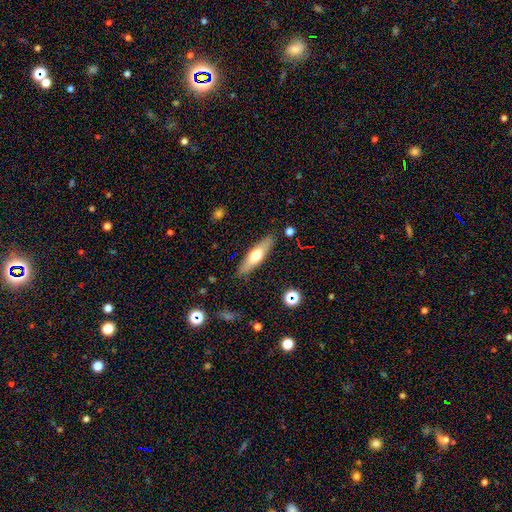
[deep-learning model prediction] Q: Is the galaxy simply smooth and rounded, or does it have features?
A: smooth — 52%.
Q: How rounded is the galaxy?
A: cigar-shaped — 69%.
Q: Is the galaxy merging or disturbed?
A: none — 87%.